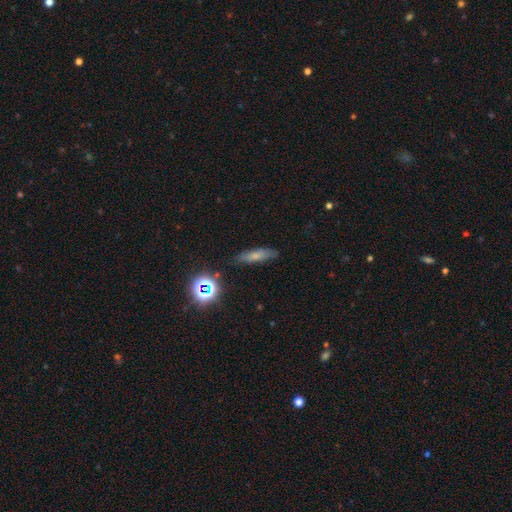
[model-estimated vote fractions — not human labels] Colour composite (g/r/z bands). It shows a smooth galaxy with no disk features (64%) that is cigar-shaped (64%). Merging: none (78%).